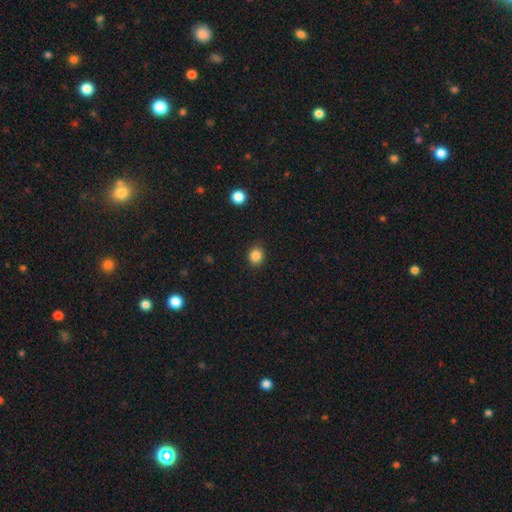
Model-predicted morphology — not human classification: The model was most divided on "how rounded": round: 79%, in between: 20%, cigar-shaped: 1%. More confident: merging — none (90%); smooth or featured — smooth (85%).